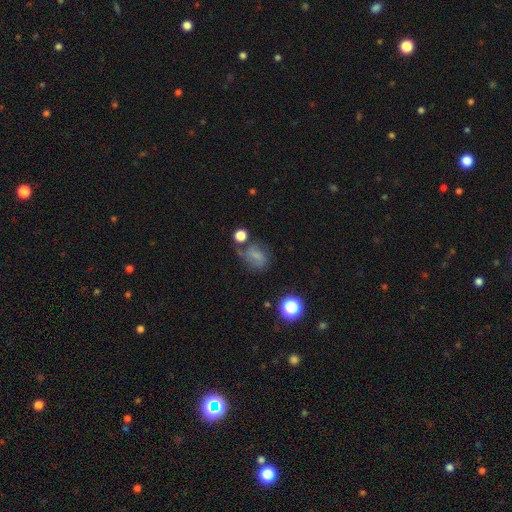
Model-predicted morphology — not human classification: smooth 61%, featured or disk 22%, star or artifact 17%. Down the decision tree: how rounded — in between (51%); merging — none (38%).